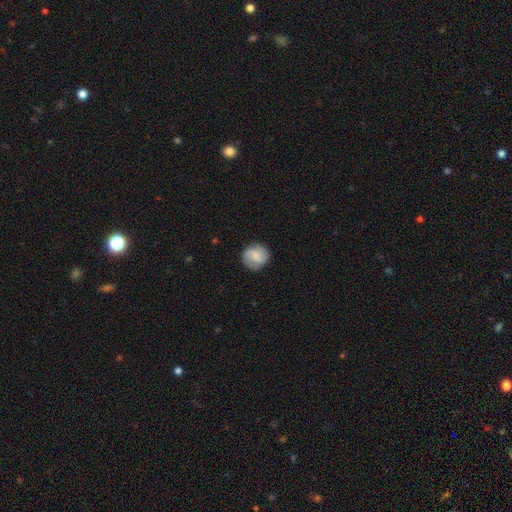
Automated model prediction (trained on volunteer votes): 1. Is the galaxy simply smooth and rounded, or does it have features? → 65% smooth, 28% featured or disk, 7% star or artifact.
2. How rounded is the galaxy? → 89% round, 10% in between, 1% cigar-shaped.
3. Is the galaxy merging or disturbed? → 82% none, 13% minor disturbance, 3% major disturbance, 1% merger.